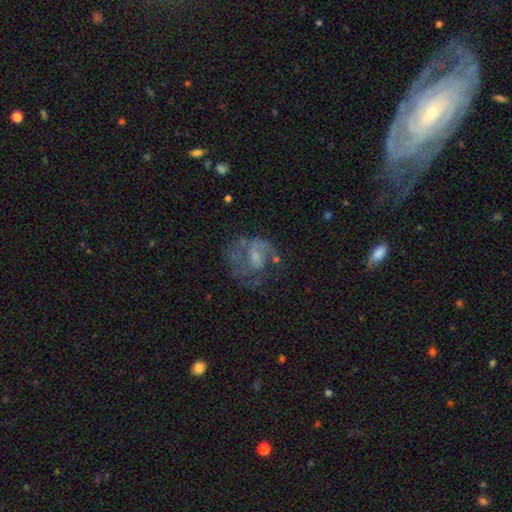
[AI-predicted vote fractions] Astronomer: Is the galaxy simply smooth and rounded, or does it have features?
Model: featured or disk — 67%.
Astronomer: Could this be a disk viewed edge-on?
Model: no — 98%.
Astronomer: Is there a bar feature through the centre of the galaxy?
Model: no — 52% (runner-up: weak, 41%).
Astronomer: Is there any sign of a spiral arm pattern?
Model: yes — 70%.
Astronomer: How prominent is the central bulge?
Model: small — 41% (runner-up: moderate, 30%).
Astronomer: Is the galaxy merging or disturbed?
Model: none — 44% (runner-up: major disturbance, 33%).